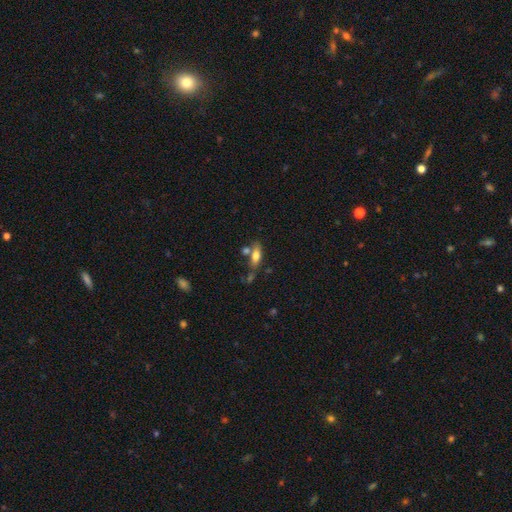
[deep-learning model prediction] Smooth or featured?
  - smooth: 69% *
  - featured or disk: 22%
  - star or artifact: 9%
How rounded?
  - in between: 70% *
  - cigar-shaped: 26%
  - round: 4%
Merging?
  - none: 51% *
  - merger: 25%
  - minor disturbance: 17%
  - major disturbance: 7%